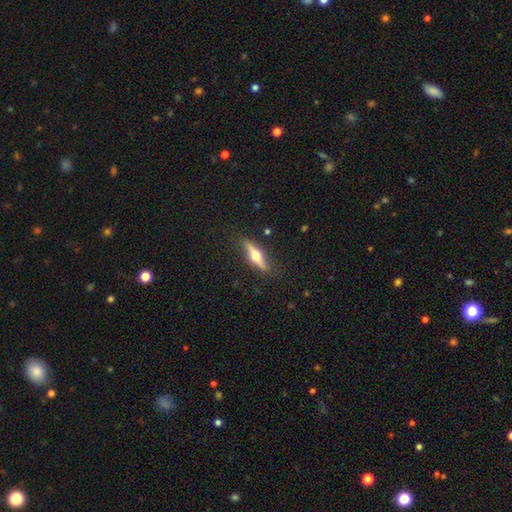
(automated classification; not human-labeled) smooth-or-featured: featured or disk: 59% | smooth: 35% | star or artifact: 6%
  disk-edge-on: yes: 90% | no: 10%
    edge-on-bulge: rounded: 96% | boxy: 2% | none: 2%
  merging: none: 83% | minor disturbance: 13% | major disturbance: 3% | merger: 1%